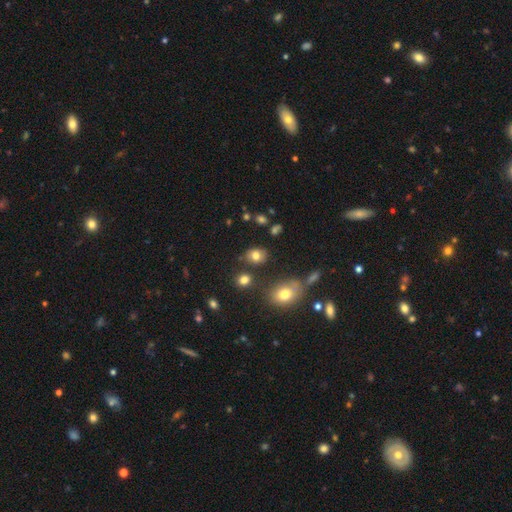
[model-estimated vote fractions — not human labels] Smooth or featured? smooth (77%)
How rounded? in between (55%)
Merging? none (75%)